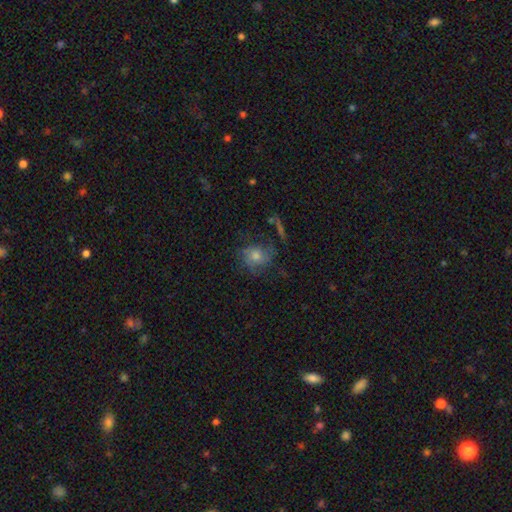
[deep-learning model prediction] This appears to be a featured or disk galaxy (44%). Merging: none (59%).